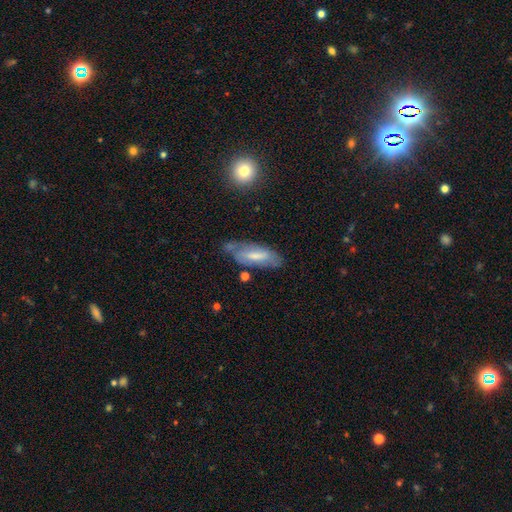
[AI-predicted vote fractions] Smooth or featured?
  - smooth: 50% *
  - featured or disk: 43%
  - star or artifact: 7%
Merging?
  - none: 59% *
  - minor disturbance: 26%
  - major disturbance: 9%
  - merger: 7%